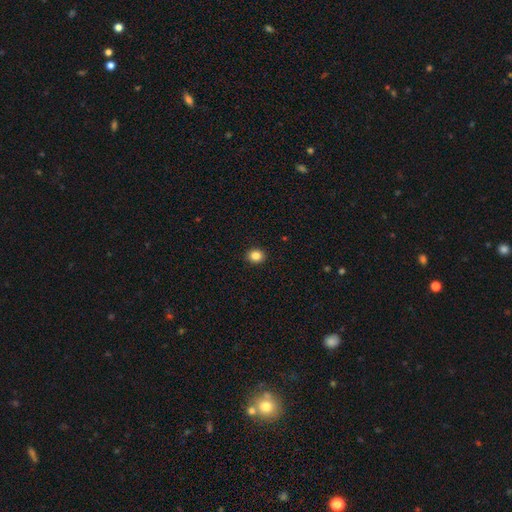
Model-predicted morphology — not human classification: Smooth or featured? smooth (85%)
How rounded? round (71%)
Merging? none (92%)